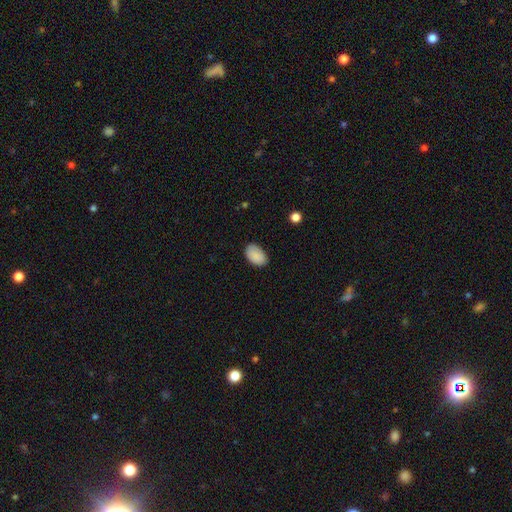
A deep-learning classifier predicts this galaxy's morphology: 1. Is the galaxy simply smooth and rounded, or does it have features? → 89% smooth, 7% star or artifact, 4% featured or disk.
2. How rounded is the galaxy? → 92% in between, 7% round, 1% cigar-shaped.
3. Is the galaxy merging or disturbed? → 83% none, 13% minor disturbance, 3% major disturbance, 1% merger.